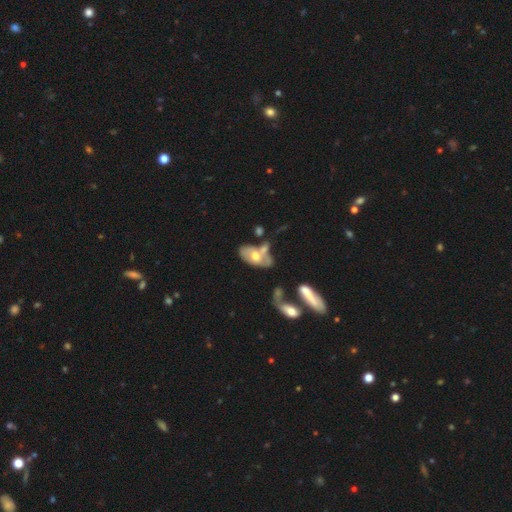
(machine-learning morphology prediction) A smooth galaxy with no disk features (47%).

Vote fractions:
- Smooth or featured? smooth: 47% / featured or disk: 46% / star or artifact: 7%
- Merging? merger: 40% / none: 28% / minor disturbance: 18% / major disturbance: 14%